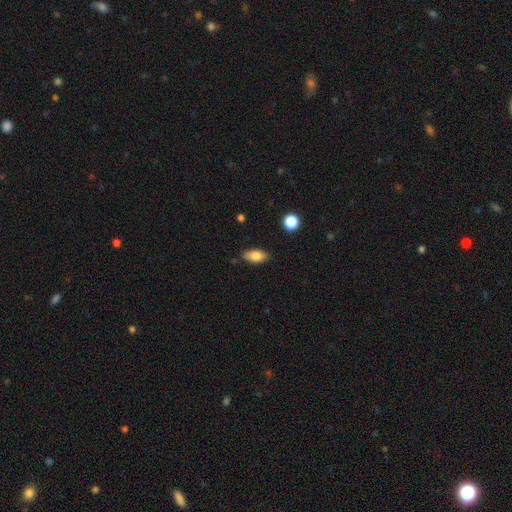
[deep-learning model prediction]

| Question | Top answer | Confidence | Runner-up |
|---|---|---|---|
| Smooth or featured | smooth | 83% | featured or disk (10%) |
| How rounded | in between | 89% | cigar-shaped (7%) |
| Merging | none | 82% | minor disturbance (13%) |